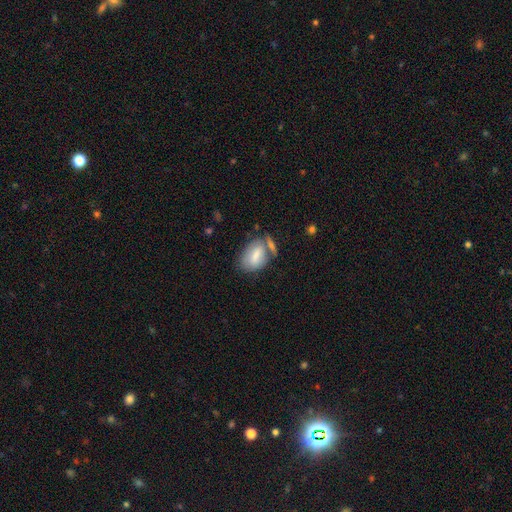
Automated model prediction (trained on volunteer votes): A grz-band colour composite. It shows a smooth galaxy with no disk features (71%) that is in between round and cigar-shaped (88%). Merging: none (43%).